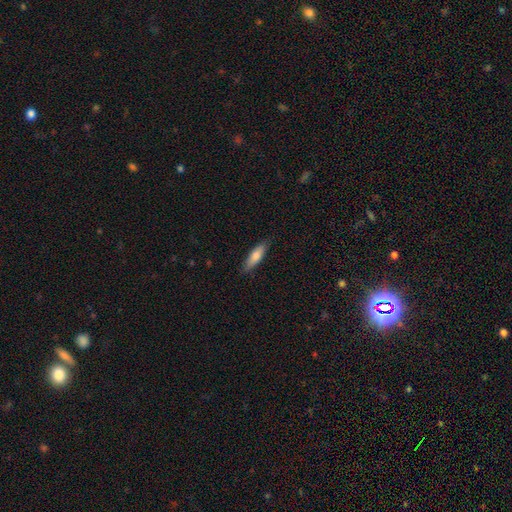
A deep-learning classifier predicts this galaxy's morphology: Smooth or featured? Predicted: smooth (p=0.73). How rounded? Predicted: cigar-shaped (p=0.59). Merging? Predicted: none (p=0.84).